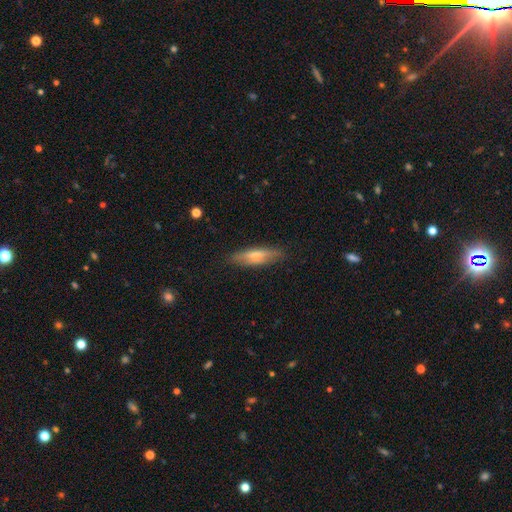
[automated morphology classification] A smooth galaxy with no disk features (55%) that is cigar-shaped (69%).

Vote fractions:
- Smooth or featured? smooth: 55% / featured or disk: 38% / star or artifact: 7%
- How rounded? cigar-shaped: 69% / in between: 29% / round: 2%
- Merging? none: 82% / minor disturbance: 14% / major disturbance: 3% / merger: 1%